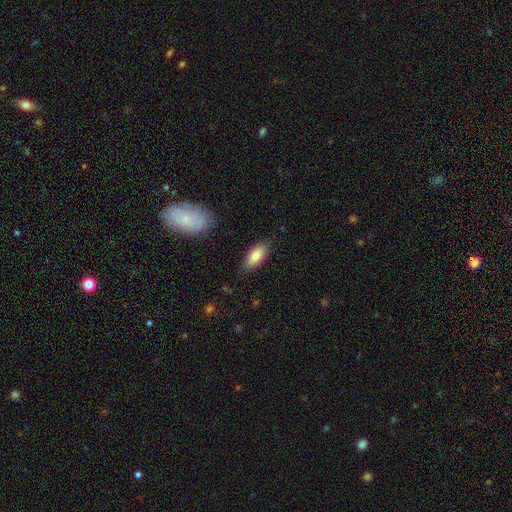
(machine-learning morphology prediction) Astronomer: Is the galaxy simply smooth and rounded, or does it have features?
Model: smooth — 82%.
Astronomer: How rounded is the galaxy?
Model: in between — 86%.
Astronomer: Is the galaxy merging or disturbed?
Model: none — 83%.